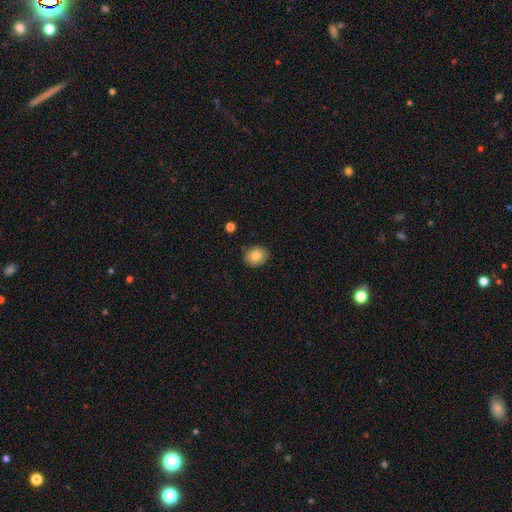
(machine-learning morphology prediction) Overall: smooth (82%). How rounded: round (55%; in between 44%). Merging: none (89%).